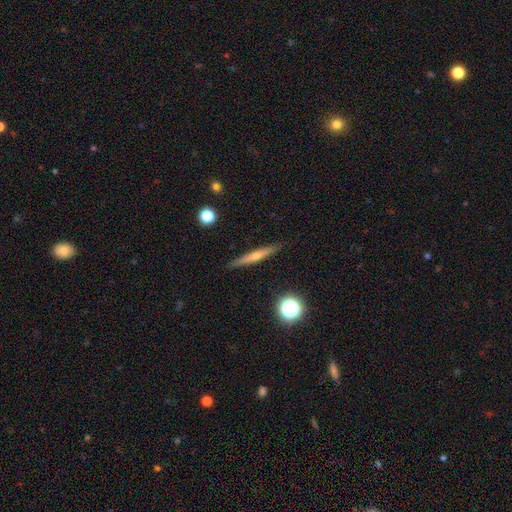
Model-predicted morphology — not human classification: The model was most divided on "smooth or featured": featured or disk: 60%, smooth: 31%, star or artifact: 9%. More confident: edge-on disk — yes (97%); merging — none (91%); edge-on bulge — rounded (68%).